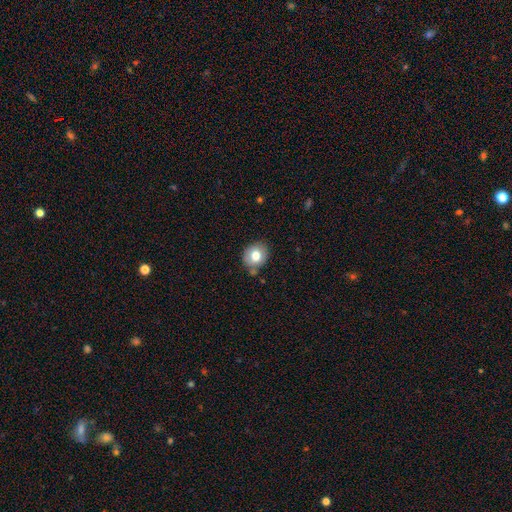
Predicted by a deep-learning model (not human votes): smooth-or-featured: smooth: 76% | featured or disk: 15% | star or artifact: 9%
  how-rounded: round: 68% | in between: 31% | cigar-shaped: 1%
  merging: none: 76% | minor disturbance: 15% | merger: 5% | major disturbance: 3%